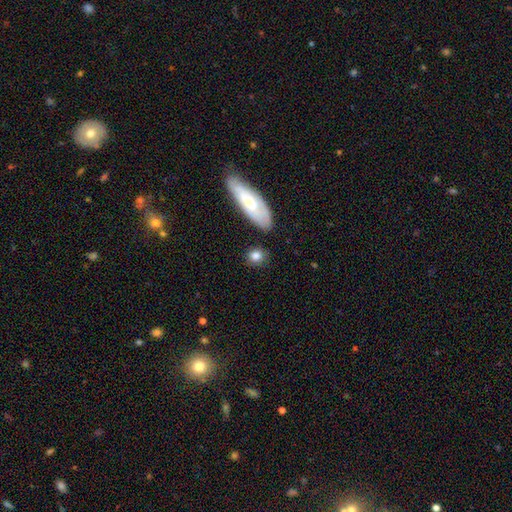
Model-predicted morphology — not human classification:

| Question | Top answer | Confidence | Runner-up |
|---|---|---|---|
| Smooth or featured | smooth | 81% | featured or disk (11%) |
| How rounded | round | 66% | in between (29%) |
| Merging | none | 80% | minor disturbance (12%) |